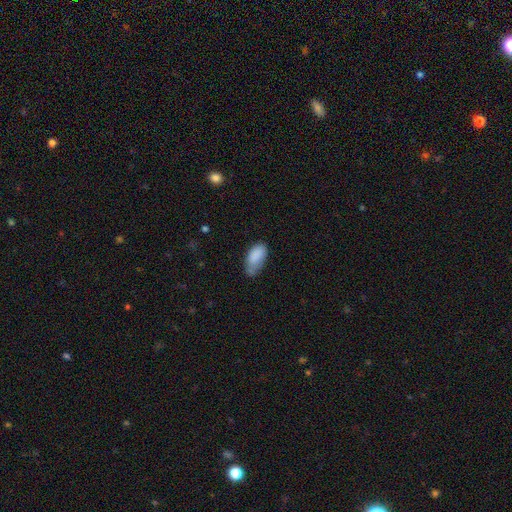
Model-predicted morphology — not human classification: Q: Smooth or featured?
A: smooth (85%); runner-up: star or artifact (7%)
Q: How rounded?
A: in between (92%); runner-up: cigar-shaped (5%)
Q: Merging?
A: none (46%); runner-up: minor disturbance (40%)